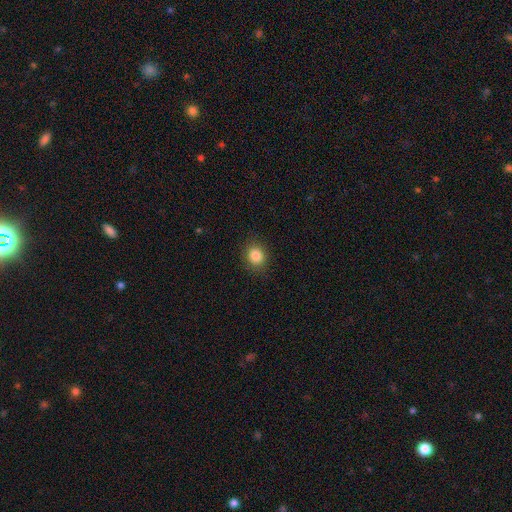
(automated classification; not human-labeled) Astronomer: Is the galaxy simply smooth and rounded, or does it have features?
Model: smooth — 85%.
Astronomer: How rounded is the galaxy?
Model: round — 73%.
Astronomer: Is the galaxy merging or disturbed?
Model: none — 89%.